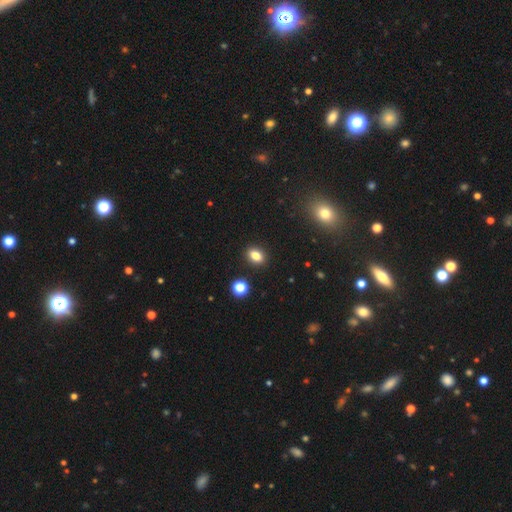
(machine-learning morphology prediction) smooth_or_featured: smooth (p=0.82) [alt: star or artifact p=0.12]
how_rounded: in between (p=0.72) [alt: round p=0.25]
merging: none (p=0.89) [alt: minor disturbance p=0.07]